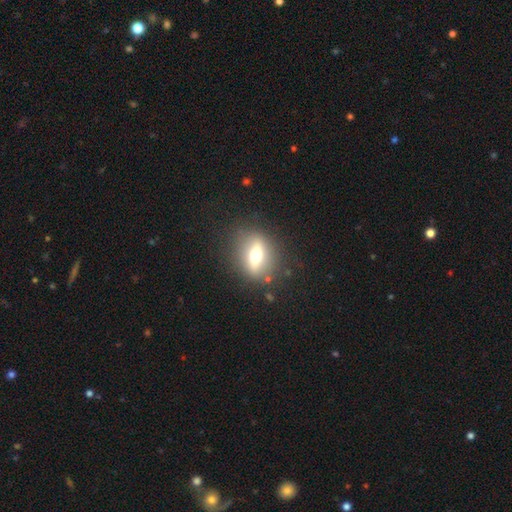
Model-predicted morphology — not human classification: A featured or disk galaxy (49%).

Vote fractions:
- Smooth or featured? featured or disk: 49% / smooth: 41% / star or artifact: 10%
- Merging? none: 82% / minor disturbance: 11% / major disturbance: 5% / merger: 2%